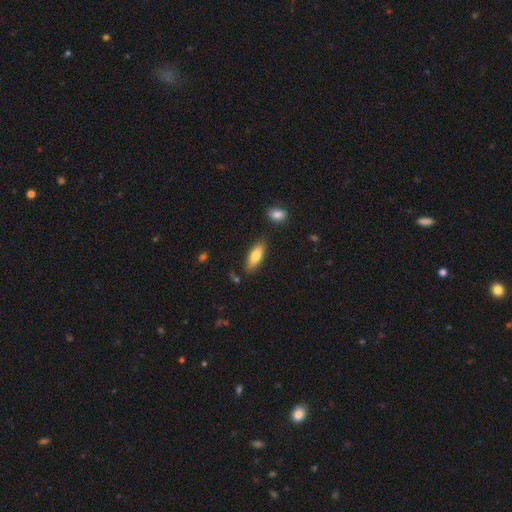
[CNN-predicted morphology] type=smooth (77%); roundness=in between (64%); merging=none (81%).